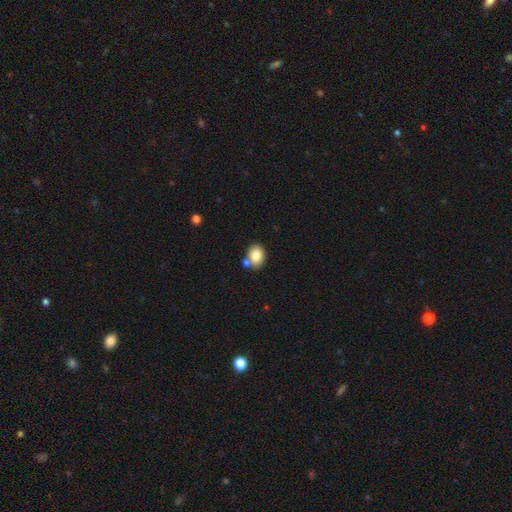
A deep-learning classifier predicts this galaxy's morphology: Smooth or featured?
  - smooth: 83% *
  - featured or disk: 9%
  - star or artifact: 8%
How rounded?
  - in between: 65% *
  - round: 35%
  - cigar-shaped: 1%
Merging?
  - none: 65% *
  - merger: 20%
  - minor disturbance: 12%
  - major disturbance: 3%